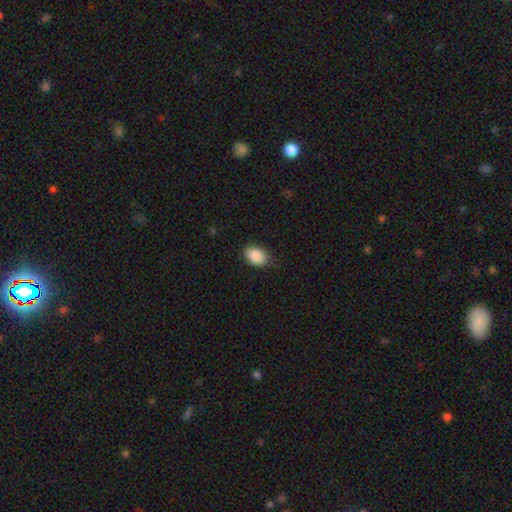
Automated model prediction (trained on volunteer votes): Smooth or featured?
  - smooth: 89% *
  - star or artifact: 7%
  - featured or disk: 4%
How rounded?
  - in between: 82% *
  - round: 17%
  - cigar-shaped: 1%
Merging?
  - none: 80% *
  - minor disturbance: 16%
  - major disturbance: 3%
  - merger: 1%